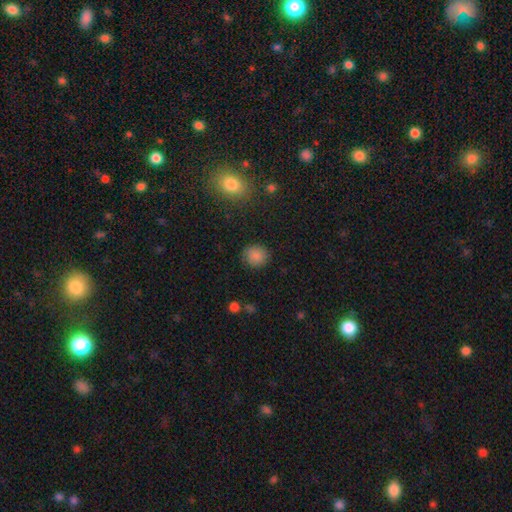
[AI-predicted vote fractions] Smooth or featured? smooth (86%)
How rounded? round (85%)
Merging? none (87%)